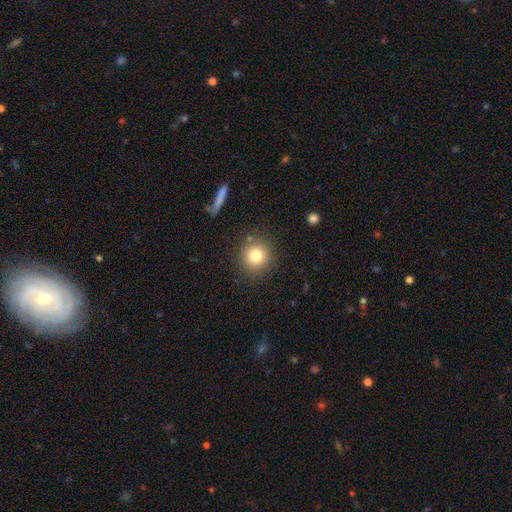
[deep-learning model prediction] A smooth galaxy with no disk features (79%) that is round (93%). Merging: none (87%).